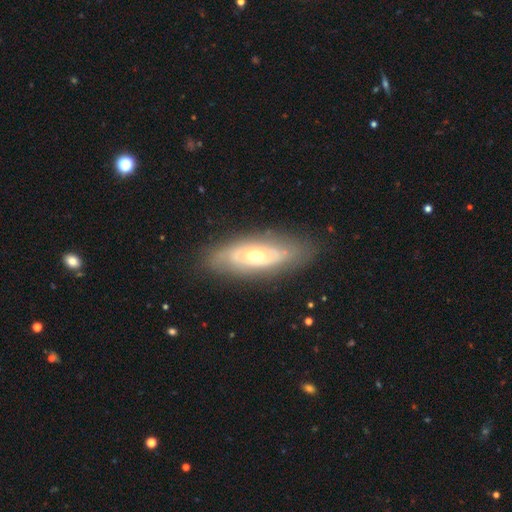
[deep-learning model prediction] This is likely a featured or disk galaxy (72%). It is clearly not viewed edge-on (85%). Bar: likely no (77%). Spiral arm pattern: likely yes (64%). Central bulge: possibly moderate (53%). Merging: likely none (80%).